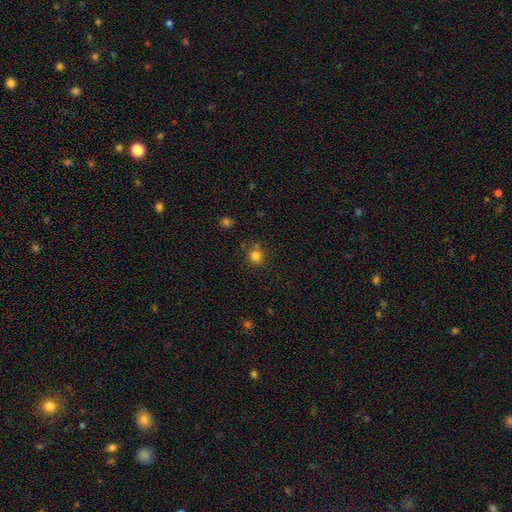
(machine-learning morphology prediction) smooth_or_featured: smooth (p=0.82) [alt: star or artifact p=0.14]
how_rounded: round (p=0.91) [alt: in between p=0.08]
merging: none (p=0.78) [alt: minor disturbance p=0.10]